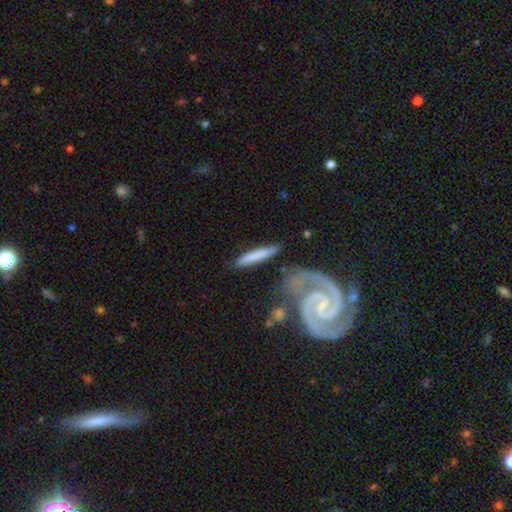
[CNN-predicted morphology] A smooth galaxy with no disk features (60%) that is cigar-shaped (92%). Merging: none (73%).